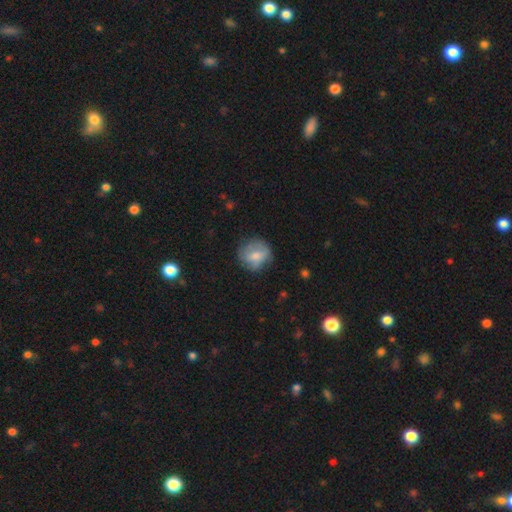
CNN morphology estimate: Smooth or featured? Predicted: smooth (p=0.63). How rounded? Predicted: round (p=0.82). Merging? Predicted: none (p=0.69).